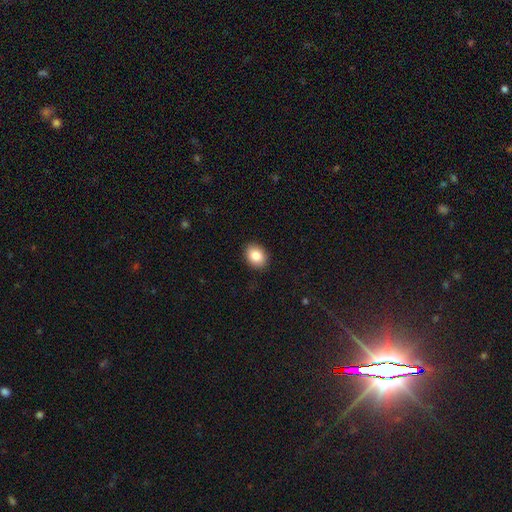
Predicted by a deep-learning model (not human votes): smooth 85%, star or artifact 8%, featured or disk 7%. Down the decision tree: how rounded — in between (69%); merging — none (90%).